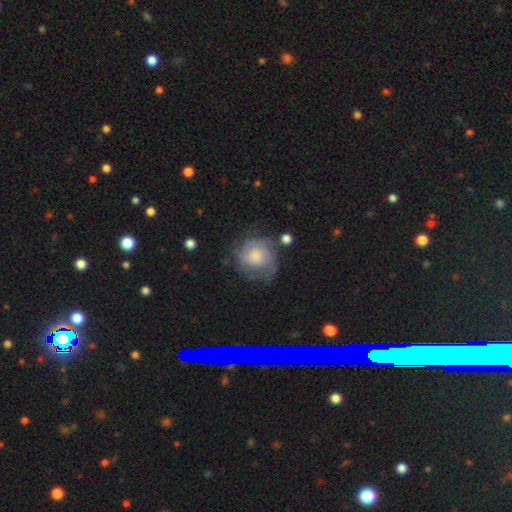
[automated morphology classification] Q: Smooth or featured?
A: featured or disk (61%); runner-up: smooth (31%)
Q: Edge-on disk?
A: no (98%); runner-up: yes (2%)
Q: Bar?
A: no (79%); runner-up: weak (18%)
Q: Spiral arms?
A: yes (82%); runner-up: no (18%)
Q: Bulge size?
A: moderate (42%); runner-up: small (25%)
Q: Merging?
A: none (59%); runner-up: minor disturbance (23%)